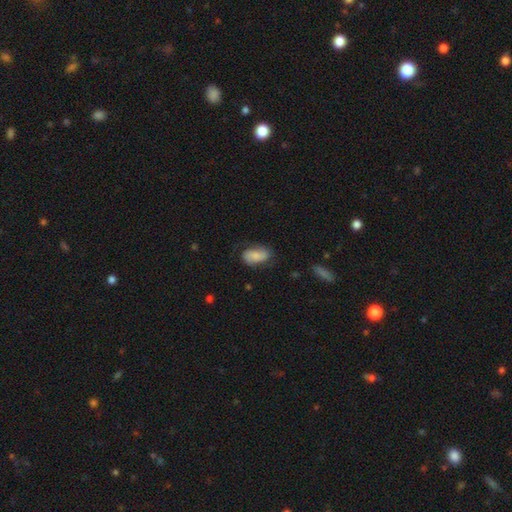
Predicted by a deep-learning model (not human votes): This appears to be a smooth galaxy with no disk features (67%) that is in between round and cigar-shaped (92%). Merging: none (64%).